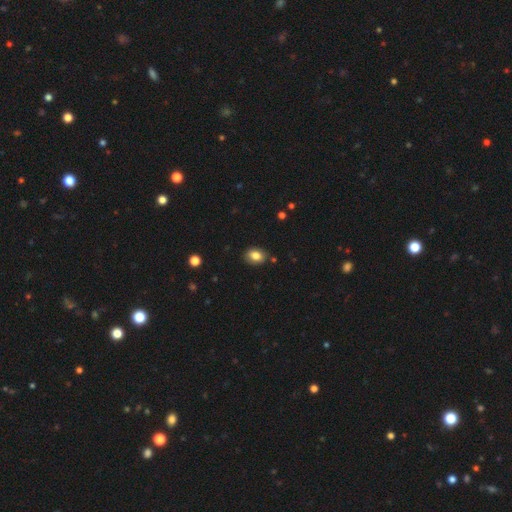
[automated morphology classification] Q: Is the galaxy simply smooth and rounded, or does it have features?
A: smooth — 83%.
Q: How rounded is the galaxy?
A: in between — 70%.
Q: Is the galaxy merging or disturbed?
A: none — 84%.